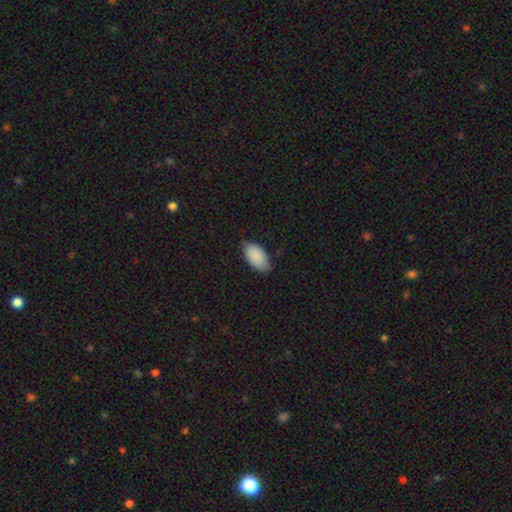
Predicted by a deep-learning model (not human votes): Q: Smooth or featured?
A: smooth (89%); runner-up: star or artifact (6%)
Q: How rounded?
A: in between (95%); runner-up: round (2%)
Q: Merging?
A: none (72%); runner-up: minor disturbance (24%)